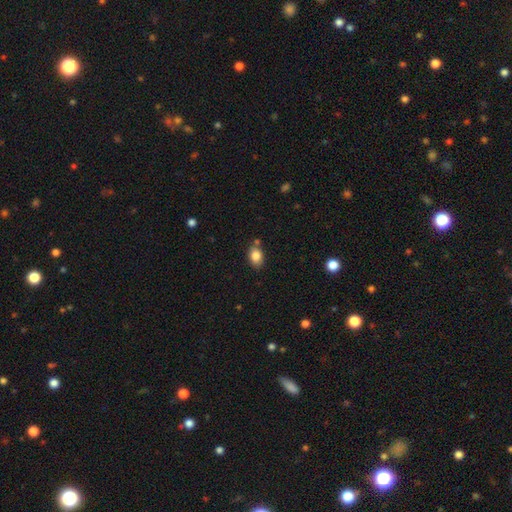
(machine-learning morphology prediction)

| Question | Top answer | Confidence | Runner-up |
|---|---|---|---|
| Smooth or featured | smooth | 84% | star or artifact (9%) |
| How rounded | in between | 78% | round (21%) |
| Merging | none | 74% | minor disturbance (14%) |